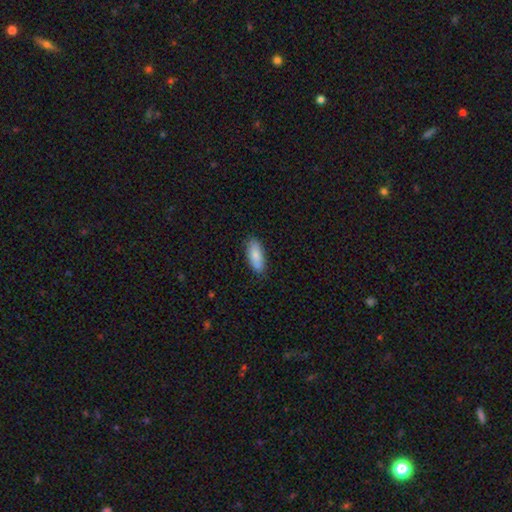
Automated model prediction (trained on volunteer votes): Smooth or featured? smooth (84%)
How rounded? in between (82%)
Merging? none (85%)